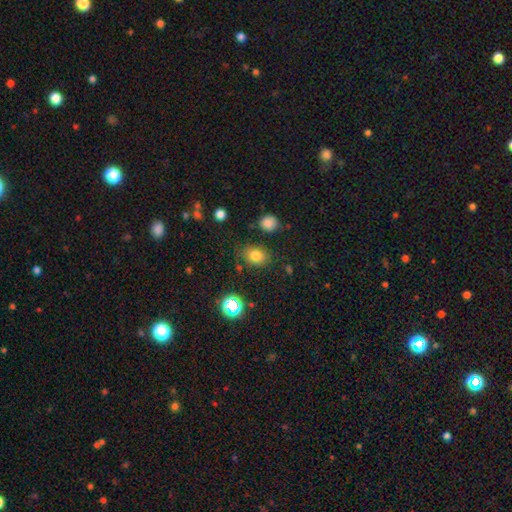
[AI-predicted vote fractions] This appears to be a smooth galaxy with no disk features (77%) that is in between round and cigar-shaped (61%). Merging: none (76%).